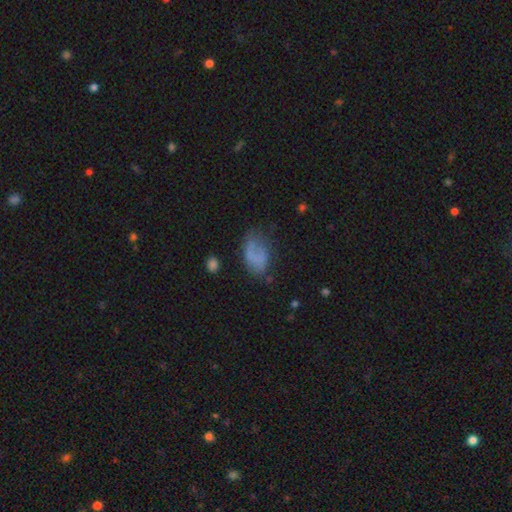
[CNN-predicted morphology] smooth_or_featured: smooth (p=0.63) [alt: featured or disk p=0.25]
how_rounded: in between (p=0.89) [alt: round p=0.09]
merging: none (p=0.42) [alt: minor disturbance p=0.30]